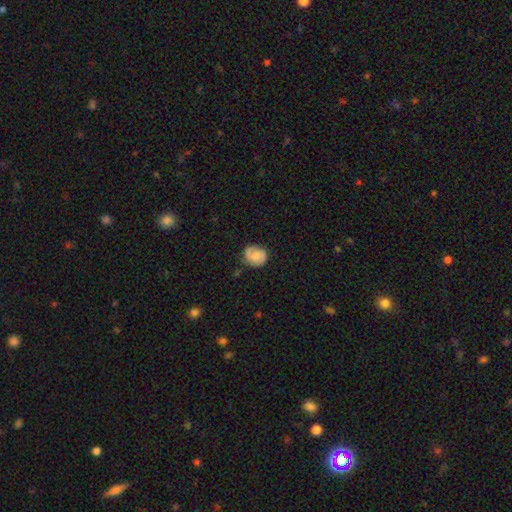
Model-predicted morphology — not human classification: The model was most divided on "smooth or featured": smooth: 51%, featured or disk: 42%, star or artifact: 8%. More confident: how rounded — round (71%); merging — none (70%).